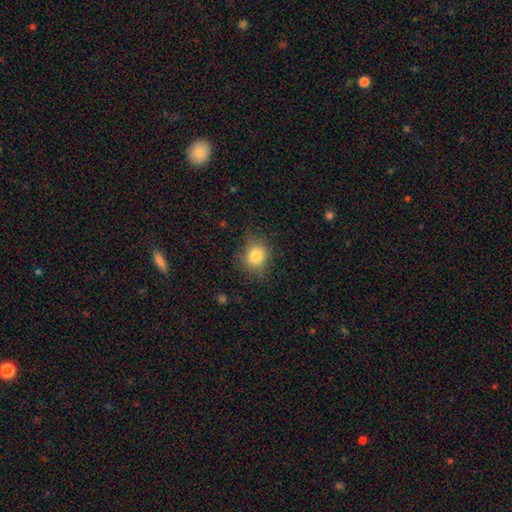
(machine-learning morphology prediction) Smooth or featured?
  - smooth: 82% *
  - star or artifact: 11%
  - featured or disk: 7%
How rounded?
  - round: 72% *
  - in between: 27%
  - cigar-shaped: 1%
Merging?
  - none: 78% *
  - minor disturbance: 16%
  - major disturbance: 5%
  - merger: 1%